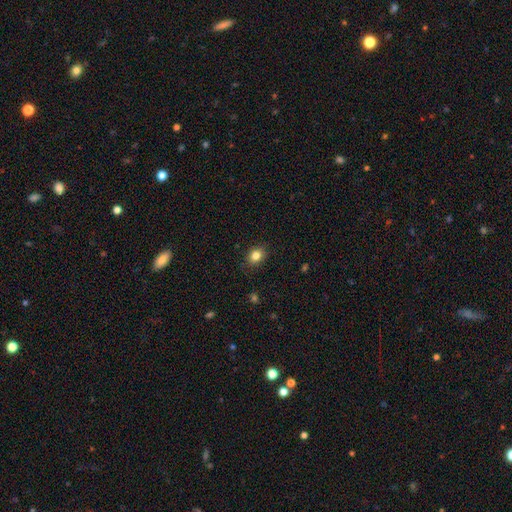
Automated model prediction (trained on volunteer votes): Smooth or featured? smooth (83%)
How rounded? round (52%)
Merging? none (86%)